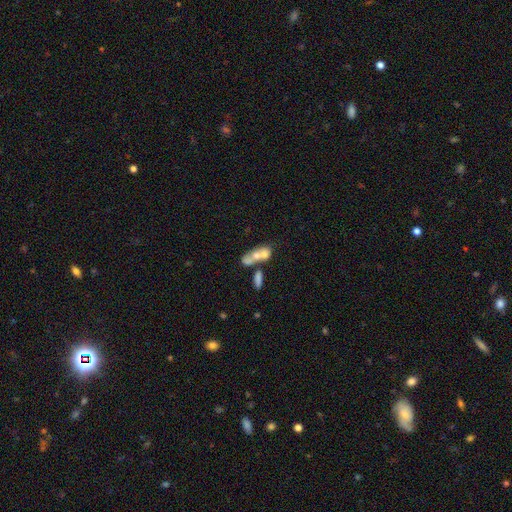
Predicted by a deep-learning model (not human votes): smooth-or-featured: smooth: 54% | featured or disk: 36% | star or artifact: 11%
  how-rounded: in between: 67% | round: 20% | cigar-shaped: 13%
  merging: merger: 65% | none: 18% | major disturbance: 8% | minor disturbance: 8%